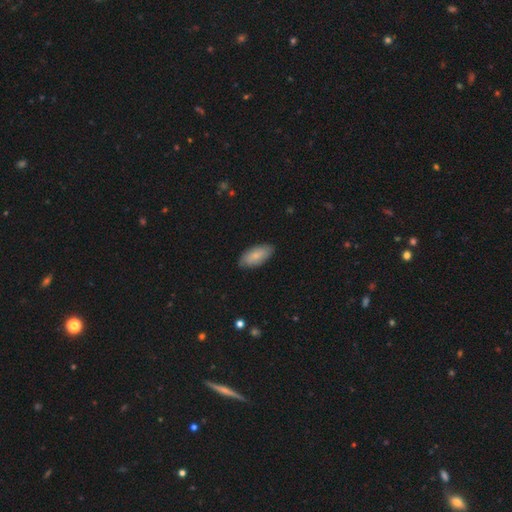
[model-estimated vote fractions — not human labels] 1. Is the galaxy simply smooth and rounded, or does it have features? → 78% smooth, 16% featured or disk, 6% star or artifact.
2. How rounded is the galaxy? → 91% in between, 7% cigar-shaped, 2% round.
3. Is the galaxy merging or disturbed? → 84% none, 13% minor disturbance, 2% major disturbance, 1% merger.